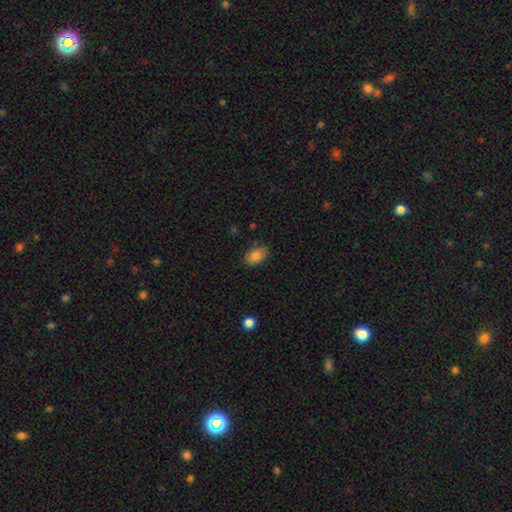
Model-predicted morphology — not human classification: type=smooth (84%); roundness=in between (85%); merging=none (82%).